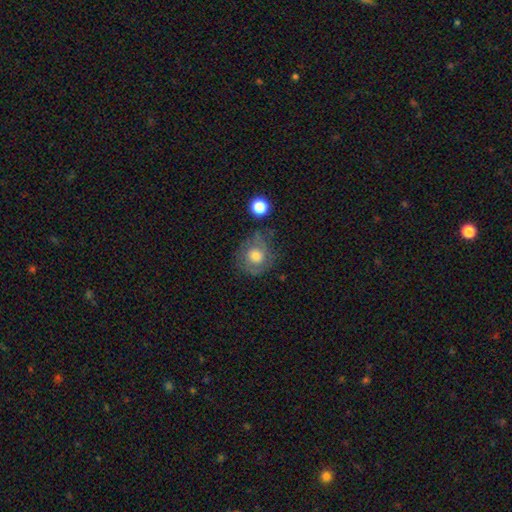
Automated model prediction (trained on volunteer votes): Overall: smooth (49%; featured or disk 42%). Merging: none (62%; minor disturbance 22%).